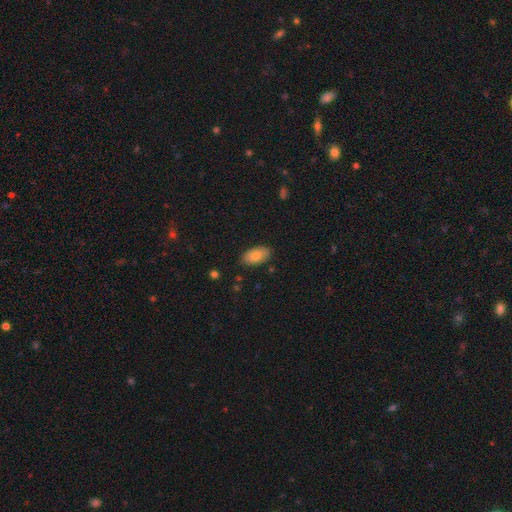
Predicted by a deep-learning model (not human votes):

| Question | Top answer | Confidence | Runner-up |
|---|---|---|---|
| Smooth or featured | smooth | 80% | featured or disk (13%) |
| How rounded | in between | 94% | round (3%) |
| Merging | none | 85% | minor disturbance (12%) |